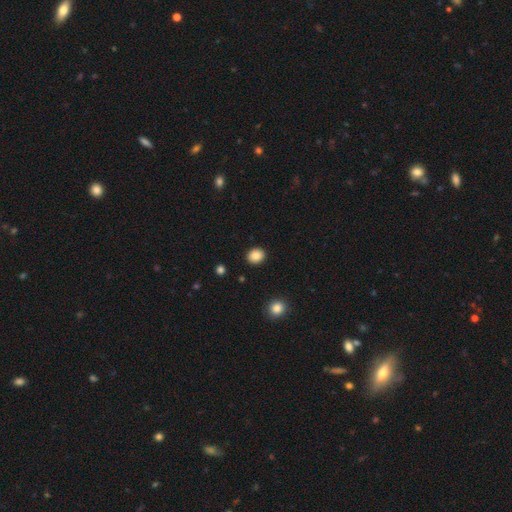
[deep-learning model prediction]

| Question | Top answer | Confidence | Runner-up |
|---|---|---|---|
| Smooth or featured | smooth | 87% | star or artifact (9%) |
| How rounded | round | 62% | in between (38%) |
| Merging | none | 91% | minor disturbance (6%) |